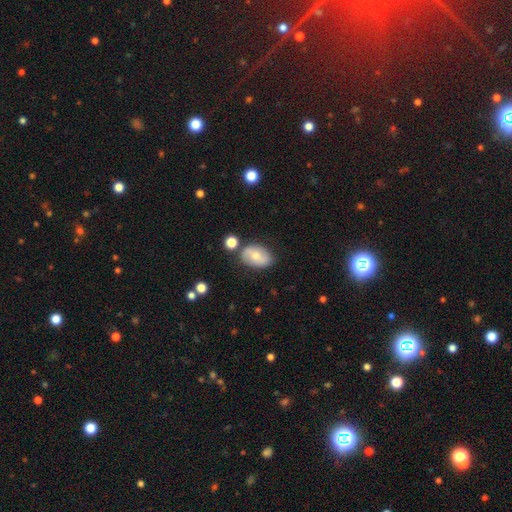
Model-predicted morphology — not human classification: This is possibly a smooth galaxy (55%). How rounded: clearly in between (85%). Merging: likely none (72%).